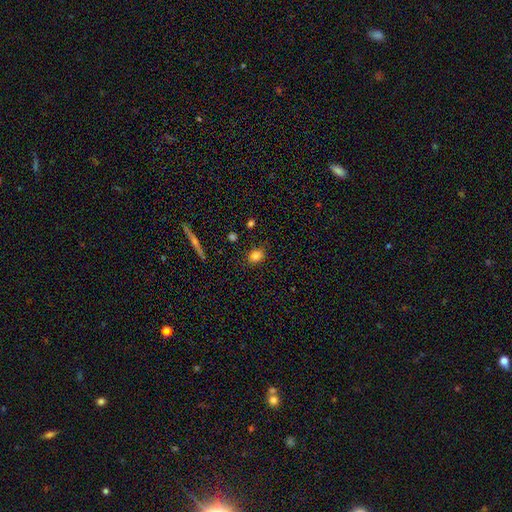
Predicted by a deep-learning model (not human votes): Q: Smooth or featured?
A: smooth (80%); runner-up: star or artifact (11%)
Q: How rounded?
A: round (50%); runner-up: in between (48%)
Q: Merging?
A: none (86%); runner-up: minor disturbance (10%)